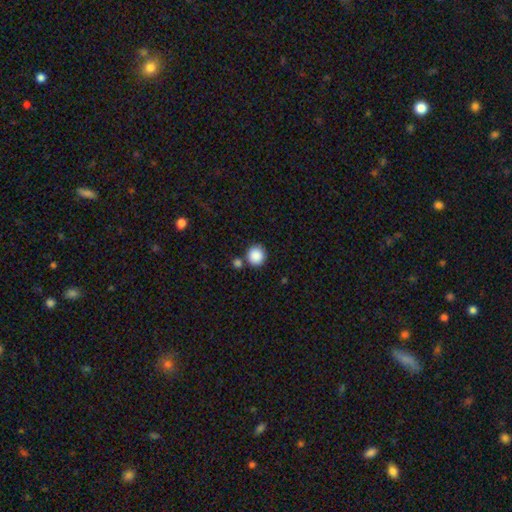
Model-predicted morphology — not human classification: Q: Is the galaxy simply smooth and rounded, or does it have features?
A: smooth — 88%.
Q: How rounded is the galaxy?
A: round — 90%.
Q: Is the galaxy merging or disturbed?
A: none — 76%.